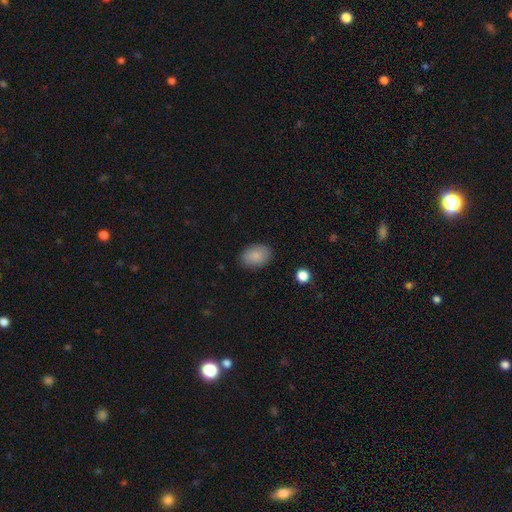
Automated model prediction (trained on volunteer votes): smooth_or_featured: smooth (p=0.87) [alt: star or artifact p=0.08]
how_rounded: in between (p=0.81) [alt: round p=0.18]
merging: none (p=0.85) [alt: minor disturbance p=0.11]